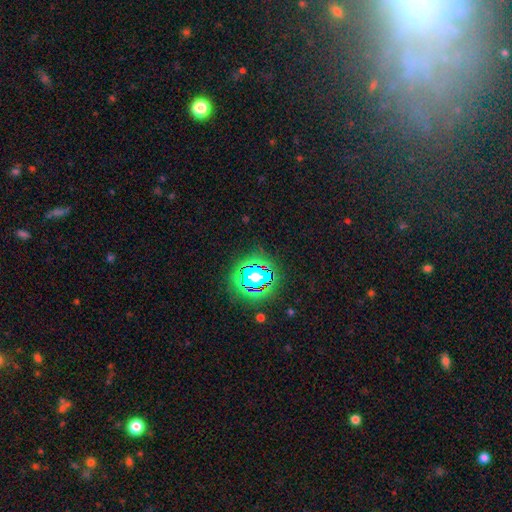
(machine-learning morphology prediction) Smooth or featured? star or artifact (78%)